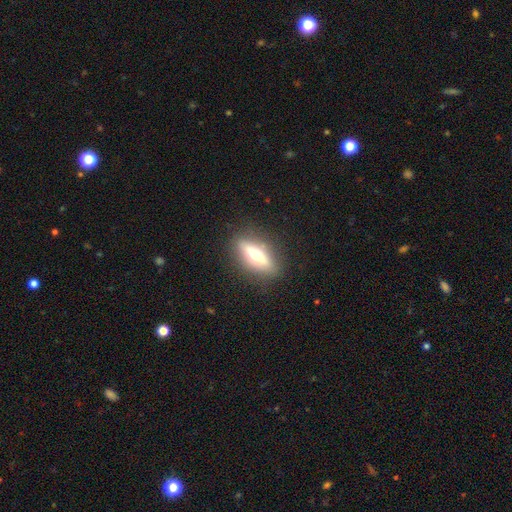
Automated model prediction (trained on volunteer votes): Q: Smooth or featured?
A: featured or disk (54%); runner-up: smooth (39%)
Q: Edge-on disk?
A: yes (81%); runner-up: no (19%)
Q: Merging?
A: none (86%); runner-up: minor disturbance (10%)